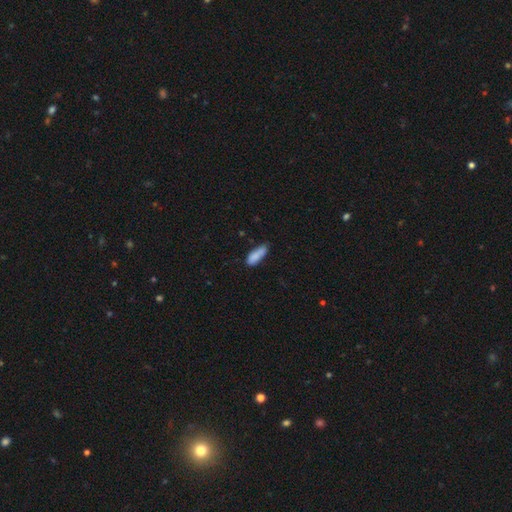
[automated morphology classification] smooth-or-featured: smooth: 86% | star or artifact: 7% | featured or disk: 7%
  how-rounded: in between: 63% | cigar-shaped: 35% | round: 2%
  merging: none: 63% | minor disturbance: 30% | major disturbance: 5% | merger: 3%